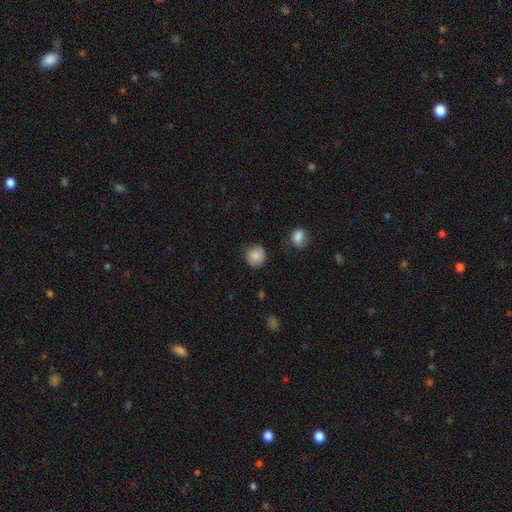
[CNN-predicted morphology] Smooth or featured?
  - smooth: 84% *
  - star or artifact: 8%
  - featured or disk: 7%
How rounded?
  - round: 88% *
  - in between: 11%
  - cigar-shaped: 1%
Merging?
  - none: 80% *
  - minor disturbance: 15%
  - major disturbance: 3%
  - merger: 2%